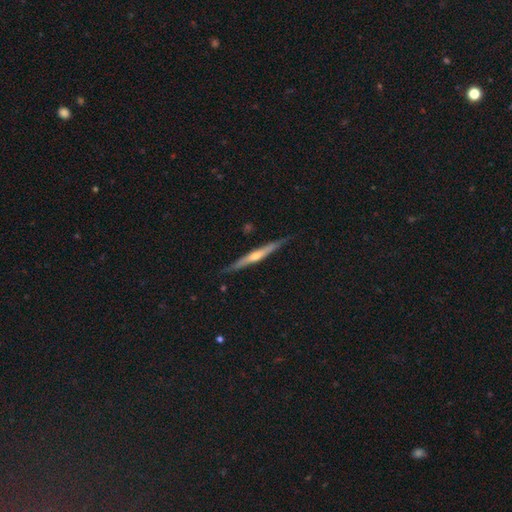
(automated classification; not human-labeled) Smooth or featured?
  - featured or disk: 75% *
  - smooth: 19%
  - star or artifact: 6%
Edge-on disk?
  - yes: 98% *
  - no: 2%
Edge-on bulge?
  - rounded: 79% *
  - none: 15%
  - boxy: 5%
Merging?
  - none: 88% *
  - minor disturbance: 9%
  - major disturbance: 1%
  - merger: 1%